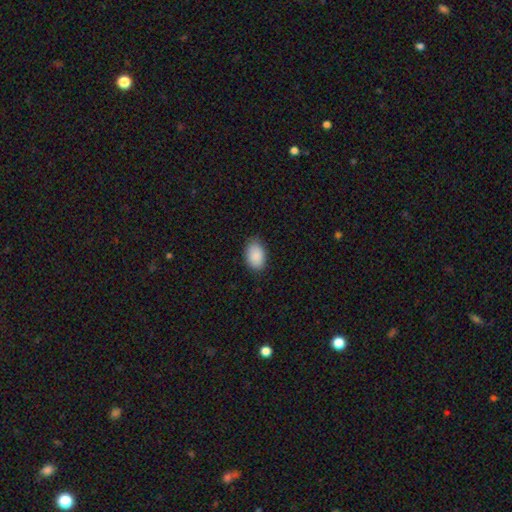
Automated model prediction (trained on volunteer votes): This is clearly a smooth galaxy (90%). How rounded: clearly in between (89%). Merging: clearly none (83%).